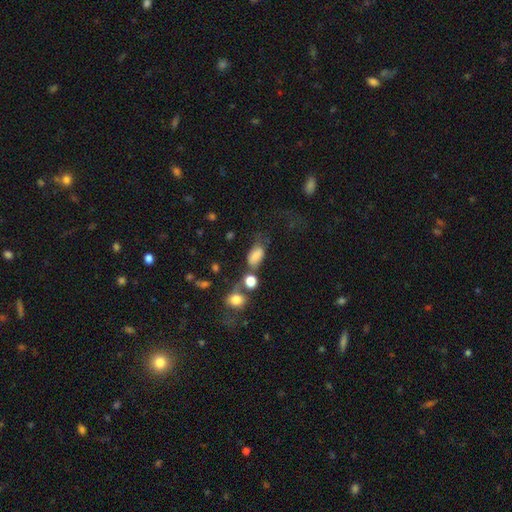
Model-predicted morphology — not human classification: Q: Smooth or featured?
A: smooth (78%); runner-up: featured or disk (11%)
Q: How rounded?
A: in between (88%); runner-up: round (9%)
Q: Merging?
A: none (37%); runner-up: minor disturbance (23%)